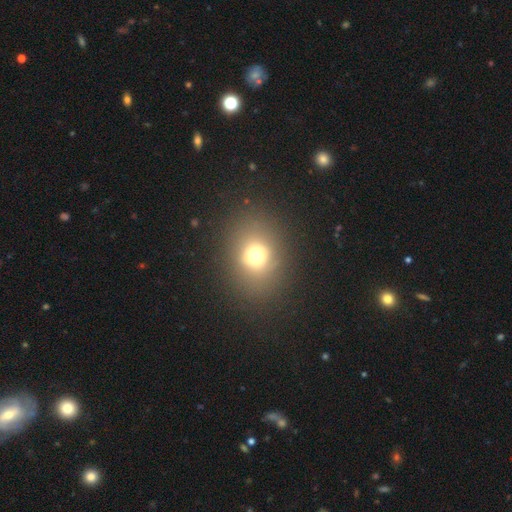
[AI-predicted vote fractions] Overall: smooth (66%). How rounded: round (62%; in between 37%). Merging: none (81%).